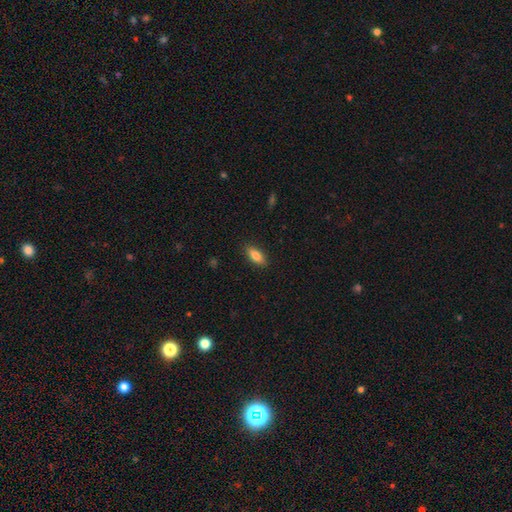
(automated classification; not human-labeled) Smooth or featured: smooth — 81% (featured or disk — 12%)
How rounded: in between — 79% (cigar-shaped — 18%)
Merging: none — 87% (minor disturbance — 10%)